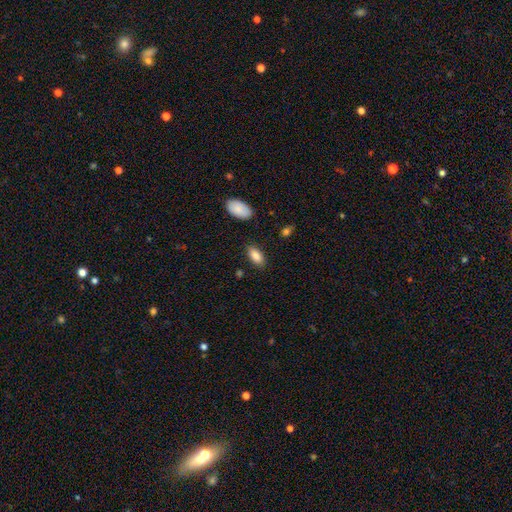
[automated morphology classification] Smooth or featured? smooth (86%)
How rounded? in between (91%)
Merging? none (85%)